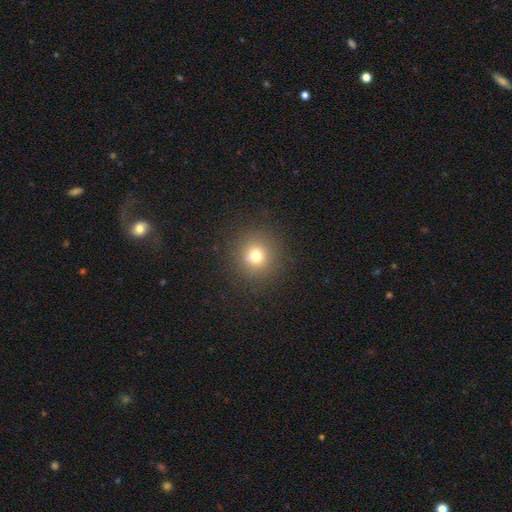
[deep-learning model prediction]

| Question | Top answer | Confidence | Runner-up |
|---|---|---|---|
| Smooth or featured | smooth | 73% | star or artifact (17%) |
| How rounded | round | 93% | in between (6%) |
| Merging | none | 87% | minor disturbance (7%) |